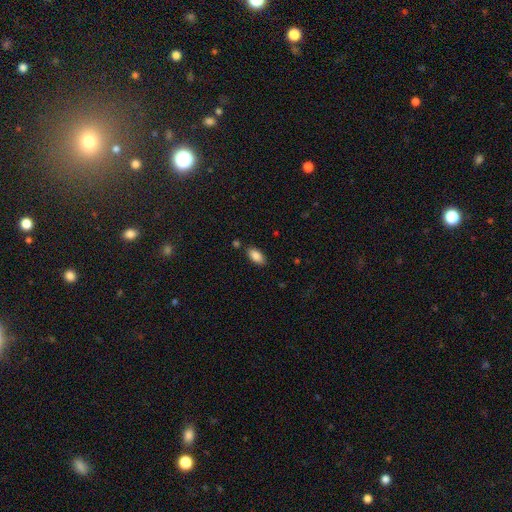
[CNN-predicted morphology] Overall: smooth (86%). How rounded: in between (92%). Merging: none (83%).